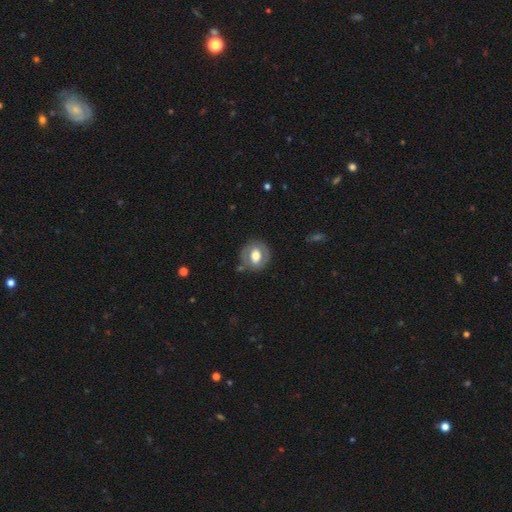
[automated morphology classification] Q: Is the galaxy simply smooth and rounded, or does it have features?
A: smooth — 49%.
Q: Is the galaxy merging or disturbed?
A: none — 73%.